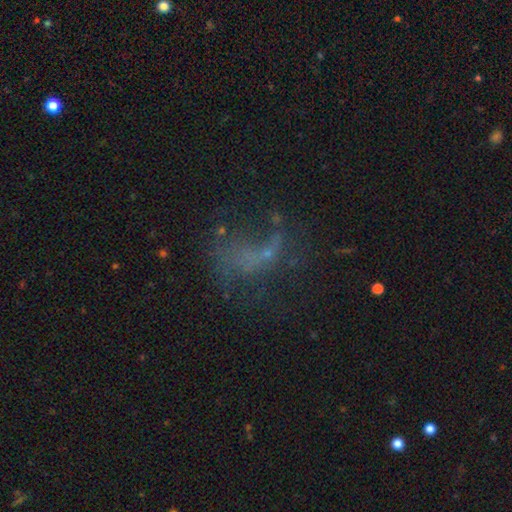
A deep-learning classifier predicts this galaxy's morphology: featured or disk 41%, star or artifact 32%, smooth 27%. Down the decision tree: merging — none (42%).